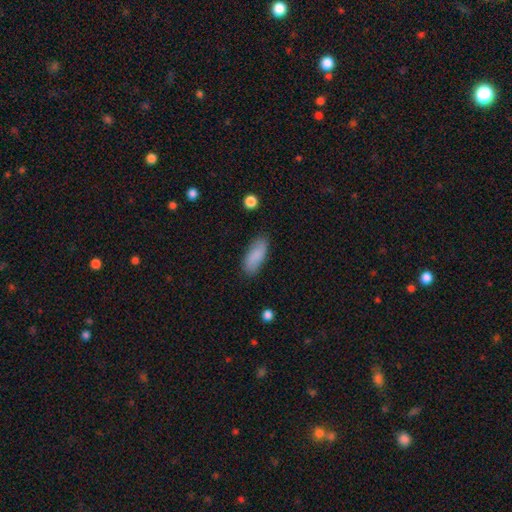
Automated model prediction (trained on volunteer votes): This appears to be a smooth galaxy with no disk features (86%) that is in between round and cigar-shaped (82%). Merging: none (82%).